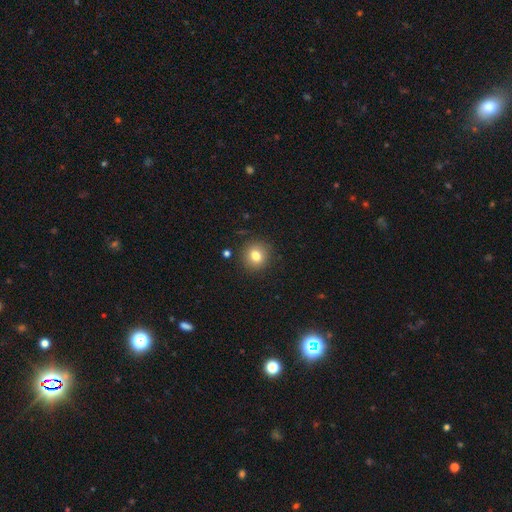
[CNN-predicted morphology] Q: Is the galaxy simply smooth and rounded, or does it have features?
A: smooth — 79%.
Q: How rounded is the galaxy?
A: round — 90%.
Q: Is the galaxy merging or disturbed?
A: none — 89%.